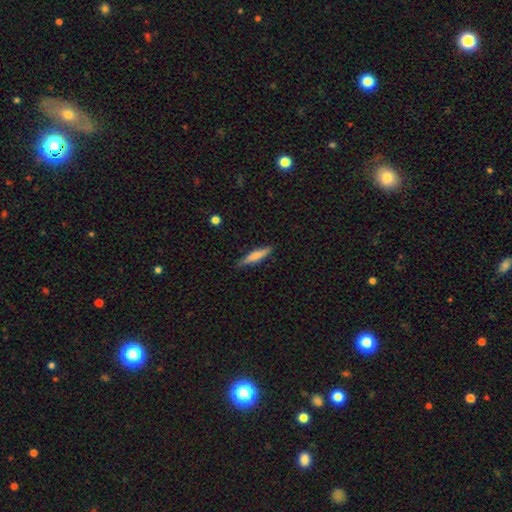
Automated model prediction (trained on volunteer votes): Smooth or featured? Predicted: smooth (p=0.59). How rounded? Predicted: cigar-shaped (p=0.87). Merging? Predicted: none (p=0.86).